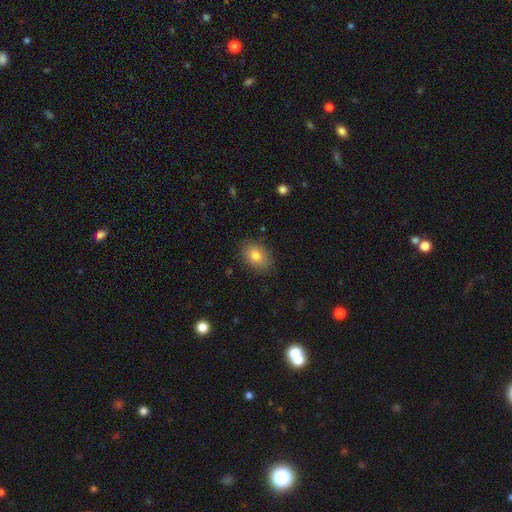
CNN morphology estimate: smooth_or_featured: smooth (p=0.80) [alt: featured or disk p=0.11]
how_rounded: in between (p=0.77) [alt: round p=0.22]
merging: none (p=0.85) [alt: minor disturbance p=0.11]